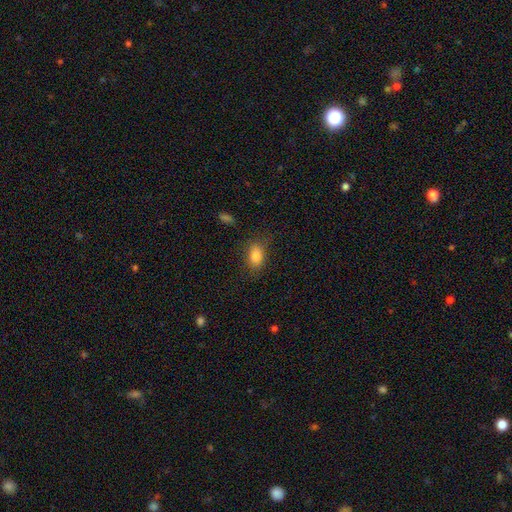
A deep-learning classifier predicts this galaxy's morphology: This appears to be a smooth galaxy with no disk features (85%) that is in between round and cigar-shaped (83%). Merging: none (77%).